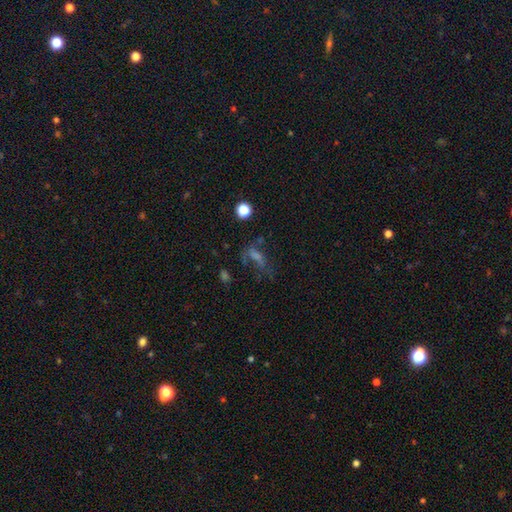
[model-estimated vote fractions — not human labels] This appears to be a featured or disk galaxy (36%). Merging: none (41%).